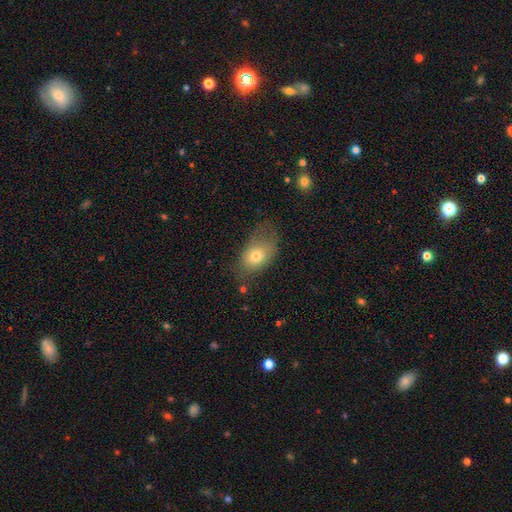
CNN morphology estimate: Smooth or featured? smooth (71%)
How rounded? in between (79%)
Merging? none (51%)